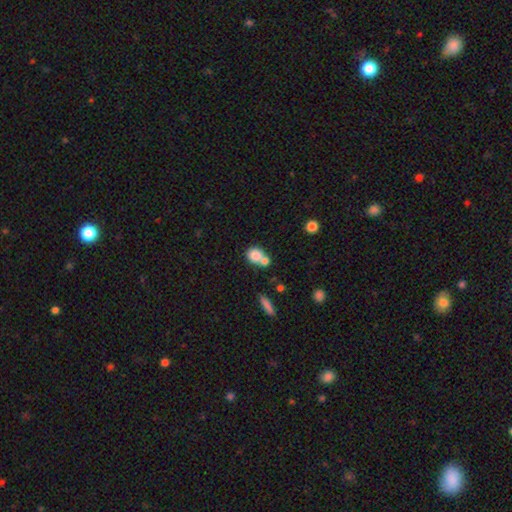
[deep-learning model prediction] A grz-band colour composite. It shows a smooth galaxy with no disk features (80%) that is round (75%). Merging: merger (47%).